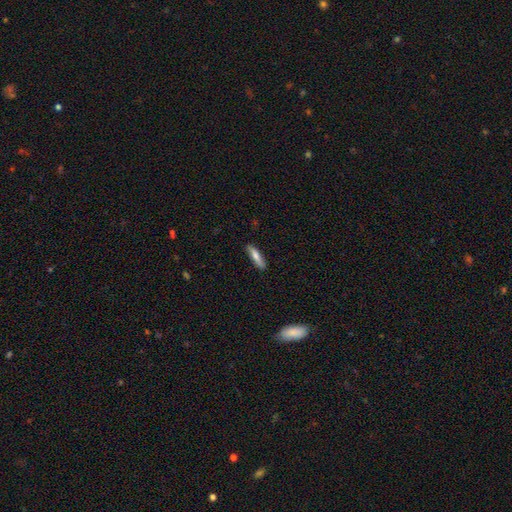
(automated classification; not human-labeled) smooth_or_featured: smooth (p=0.72) [alt: featured or disk p=0.22]
how_rounded: cigar-shaped (p=0.74) [alt: in between p=0.24]
merging: none (p=0.86) [alt: minor disturbance p=0.11]